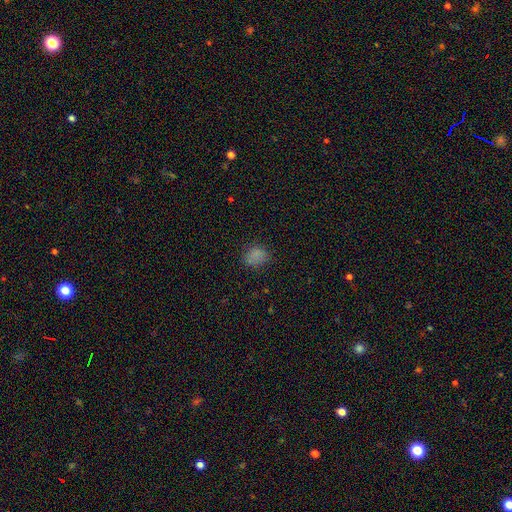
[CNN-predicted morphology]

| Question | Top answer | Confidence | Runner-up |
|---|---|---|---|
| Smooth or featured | smooth | 76% | star or artifact (17%) |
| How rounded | round | 57% | in between (42%) |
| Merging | none | 76% | minor disturbance (17%) |